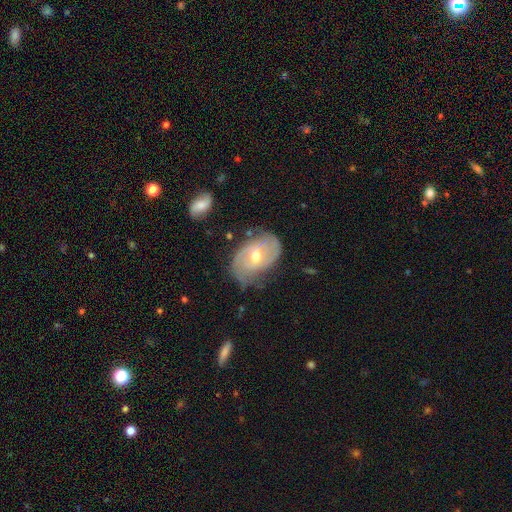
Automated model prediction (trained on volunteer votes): This appears to be a featured or disk galaxy (79%) with a weak bar (45%), 2 (60%) tight (56%) spiral arms (89%) and a moderate central bulge (65%). Merging: none (66%).